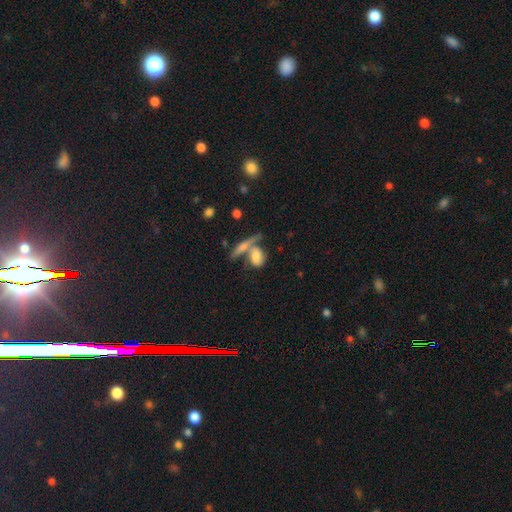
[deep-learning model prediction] Smooth or featured? Predicted: smooth (p=0.64). How rounded? Predicted: in between (p=0.66). Merging? Predicted: merger (p=0.48).